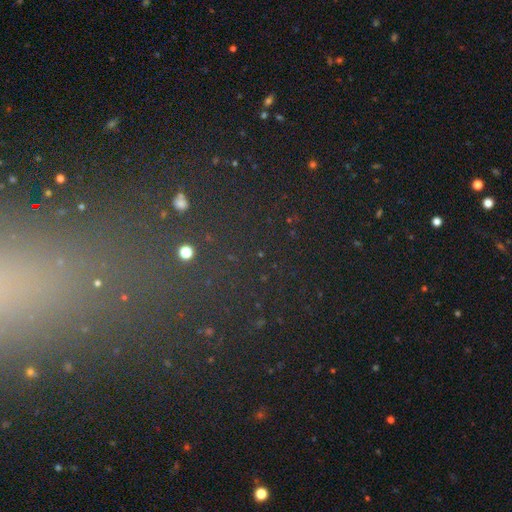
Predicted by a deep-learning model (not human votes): Smooth or featured? Predicted: star or artifact (p=0.69).